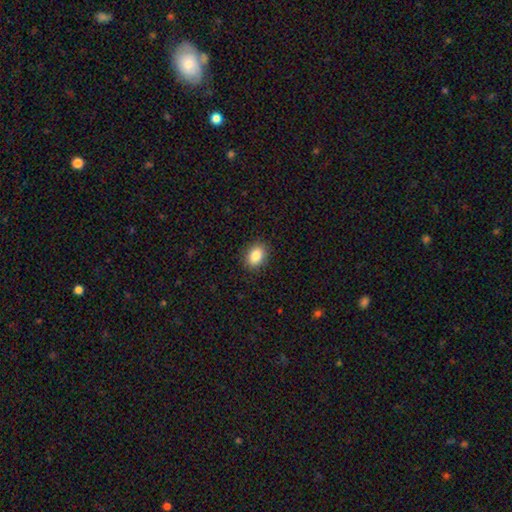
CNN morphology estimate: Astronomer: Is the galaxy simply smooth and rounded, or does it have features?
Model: smooth — 86%.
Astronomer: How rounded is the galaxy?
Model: in between — 77%.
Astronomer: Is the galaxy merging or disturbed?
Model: none — 89%.